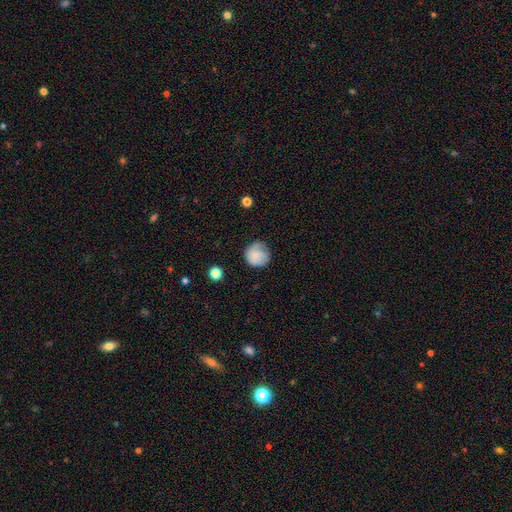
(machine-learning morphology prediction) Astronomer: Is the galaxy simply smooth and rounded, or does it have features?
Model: smooth — 77%.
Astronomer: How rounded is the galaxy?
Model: round — 89%.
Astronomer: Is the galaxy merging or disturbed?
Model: none — 63%.